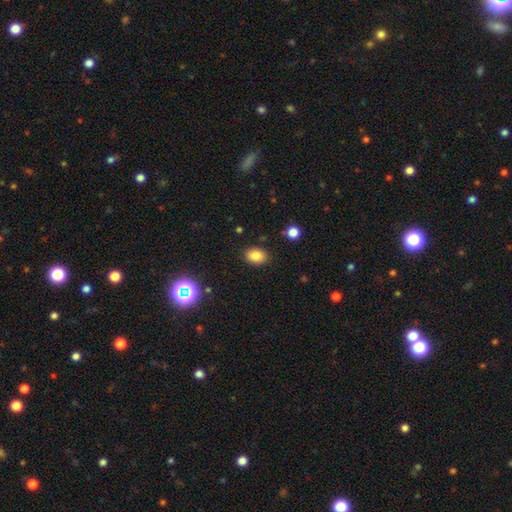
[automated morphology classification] Smooth or featured? smooth (84%)
How rounded? in between (75%)
Merging? none (87%)